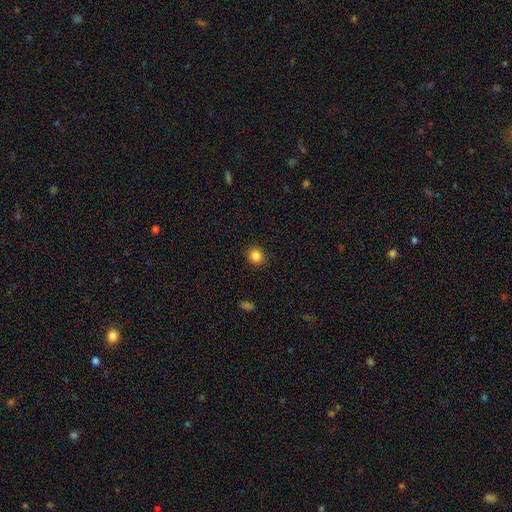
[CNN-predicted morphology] Smooth or featured: smooth — 85% (star or artifact — 11%)
How rounded: round — 82% (in between — 17%)
Merging: none — 89% (minor disturbance — 8%)